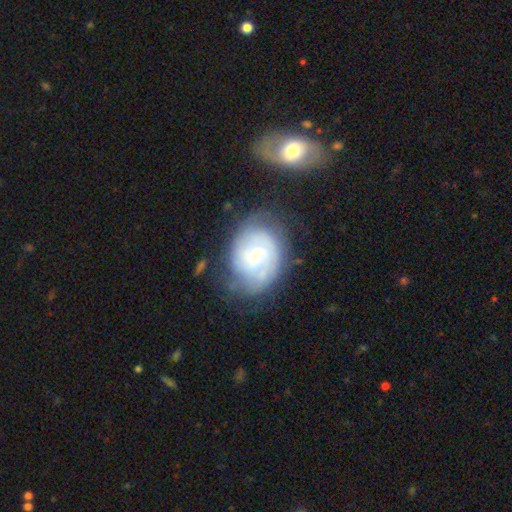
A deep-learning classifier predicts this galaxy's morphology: A featured or disk galaxy (69%) with a weak bar (49%), tight (57%) spiral arms (86%) and a small central bulge (67%).

Vote fractions:
- Smooth or featured? featured or disk: 69% / smooth: 24% / star or artifact: 7%
- Edge-on disk? no: 97% / yes: 3%
- Bar? weak: 49% / no: 42% / strong: 9%
- Spiral arms? yes: 86% / no: 14%
- Spiral winding? tight: 57% / medium: 32% / loose: 11%
- Spiral arm count? can't tell: 39% / 2: 38% / 3: 11% / 4: 5% / 1: 4% / more than 4: 3%
- Bulge size? small: 67% / moderate: 29% / none: 2% / large: 2% / dominant: 1%
- Merging? none: 63% / minor disturbance: 23% / major disturbance: 10% / merger: 5%